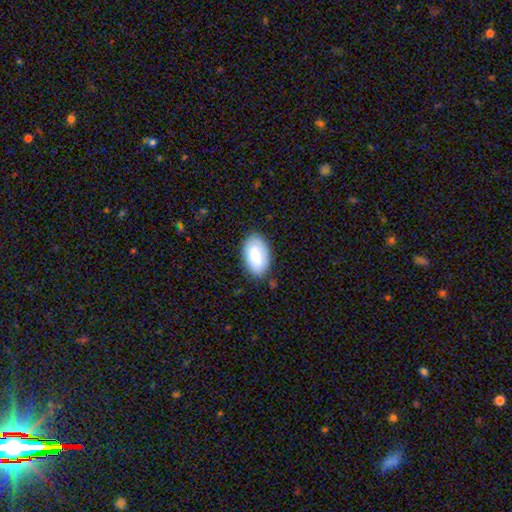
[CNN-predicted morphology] This is clearly a smooth galaxy (86%). How rounded: clearly in between (95%). Merging: clearly none (83%).